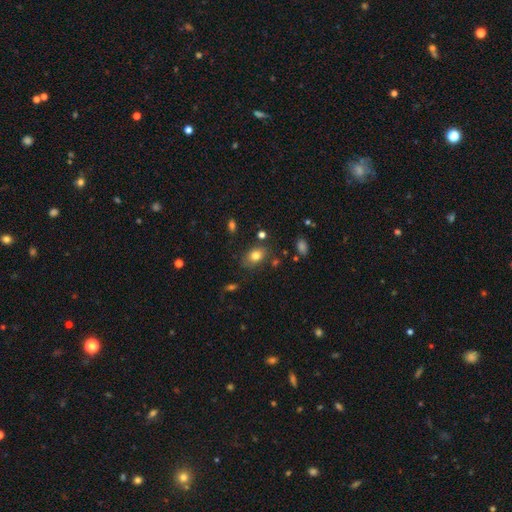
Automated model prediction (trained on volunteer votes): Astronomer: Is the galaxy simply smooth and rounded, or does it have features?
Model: smooth — 78%.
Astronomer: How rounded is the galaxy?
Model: in between — 78%.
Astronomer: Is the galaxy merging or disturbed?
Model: none — 76%.